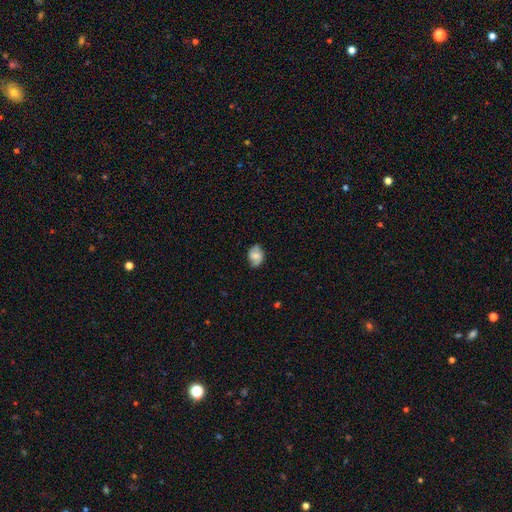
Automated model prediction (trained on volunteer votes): Smooth or featured: smooth — 53% (featured or disk — 39%)
How rounded: in between — 71% (round — 28%)
Merging: none — 72% (minor disturbance — 22%)